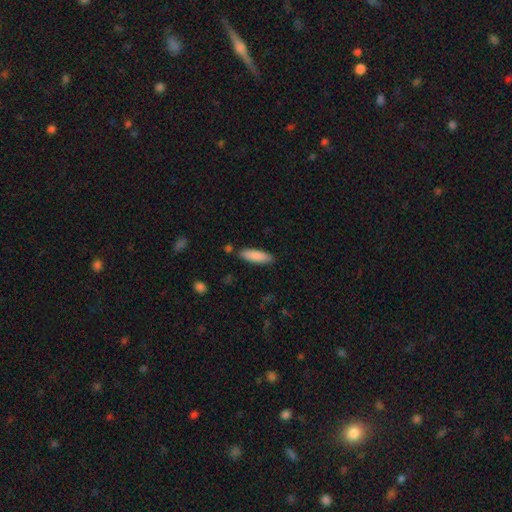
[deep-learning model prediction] Overall: smooth (86%). How rounded: cigar-shaped (54%; in between 45%). Merging: none (84%).